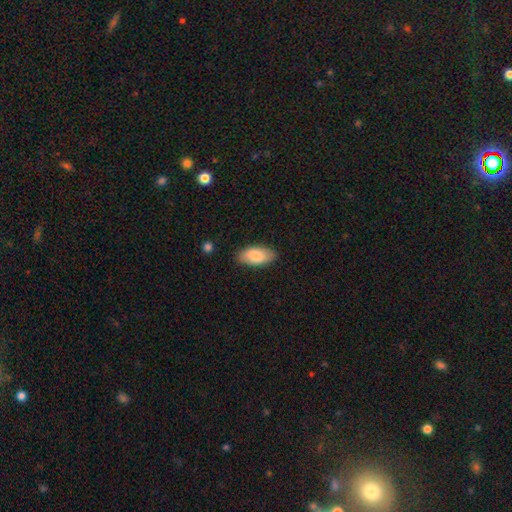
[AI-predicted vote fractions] Smooth or featured?
  - smooth: 83% *
  - featured or disk: 11%
  - star or artifact: 6%
How rounded?
  - in between: 93% *
  - cigar-shaped: 5%
  - round: 2%
Merging?
  - none: 86% *
  - minor disturbance: 11%
  - major disturbance: 2%
  - merger: 1%